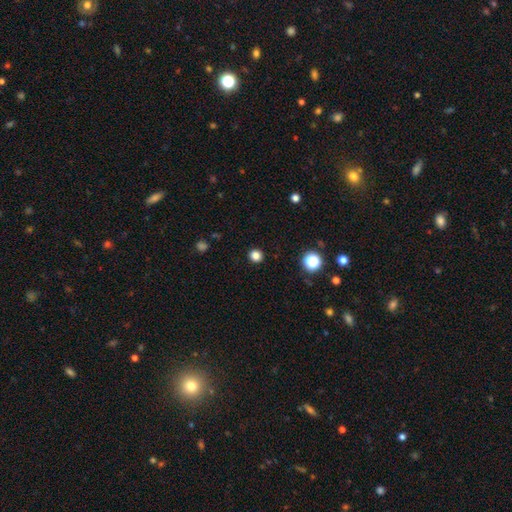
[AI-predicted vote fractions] Smooth or featured: smooth — 82% (star or artifact — 14%)
How rounded: round — 89% (in between — 10%)
Merging: none — 92% (minor disturbance — 5%)